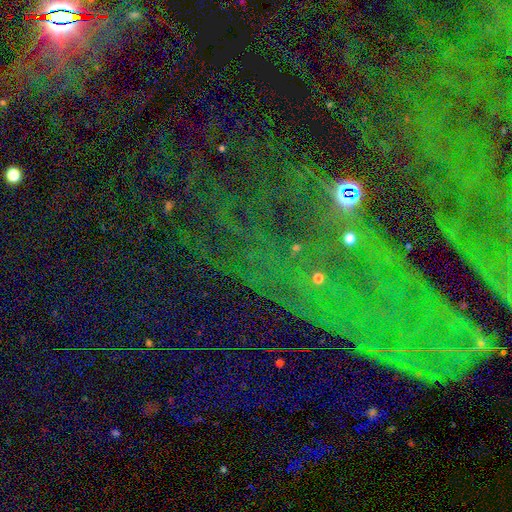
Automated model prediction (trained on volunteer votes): Overall: star or artifact (76%).